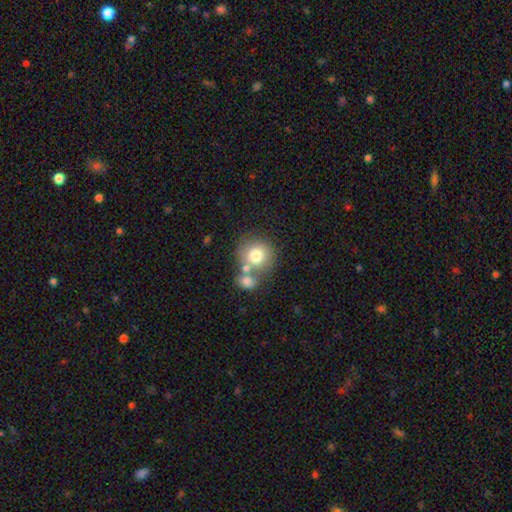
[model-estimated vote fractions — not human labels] Smooth or featured? smooth (75%)
How rounded? round (87%)
Merging? none (50%)